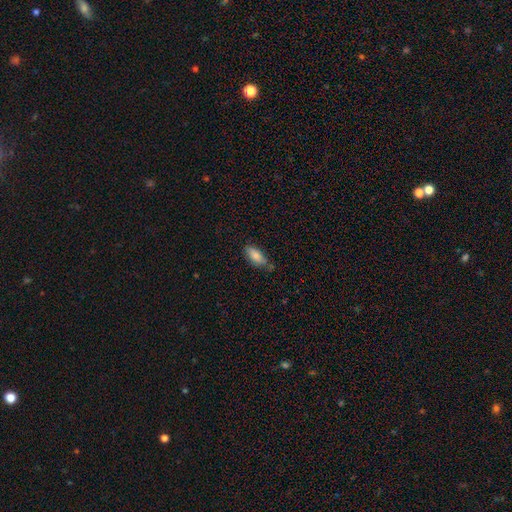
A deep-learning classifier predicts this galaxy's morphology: Overall: smooth (83%). How rounded: in between (82%). Merging: none (67%).